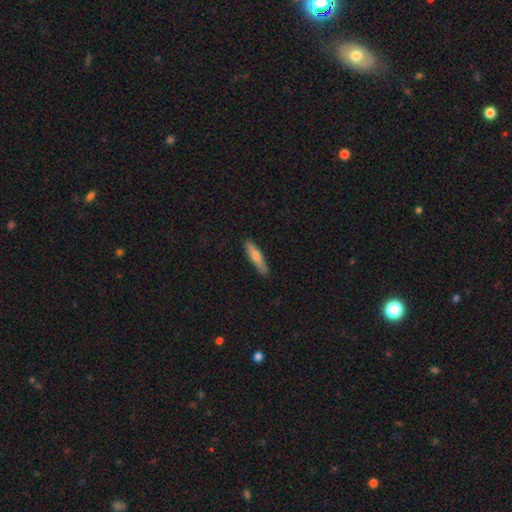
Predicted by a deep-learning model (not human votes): smooth 67%, featured or disk 27%, star or artifact 6%. Down the decision tree: how rounded — cigar-shaped (83%); merging — none (86%).